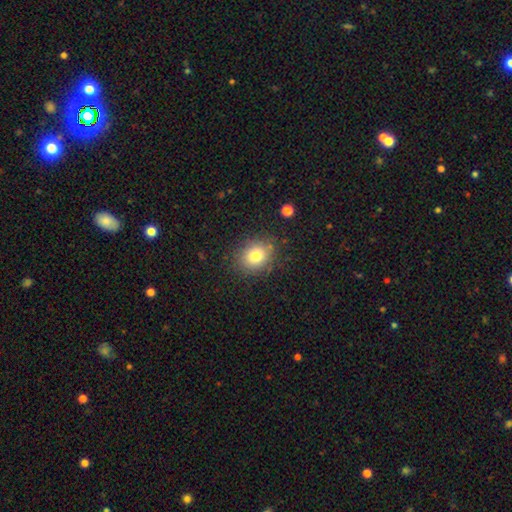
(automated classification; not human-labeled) Q: Smooth or featured?
A: smooth (78%); runner-up: star or artifact (12%)
Q: How rounded?
A: round (62%); runner-up: in between (37%)
Q: Merging?
A: none (83%); runner-up: minor disturbance (11%)